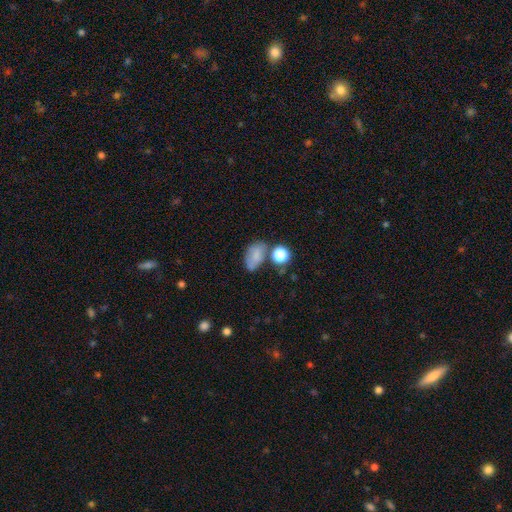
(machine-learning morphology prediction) type=smooth (75%); roundness=in between (85%); merging=none (50%).